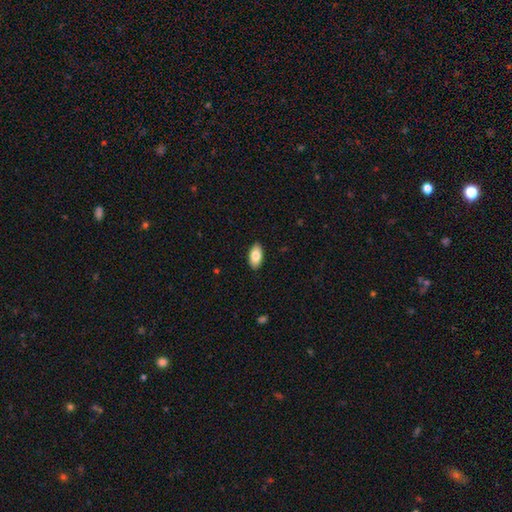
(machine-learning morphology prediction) type=smooth (83%); roundness=in between (93%); merging=none (90%).